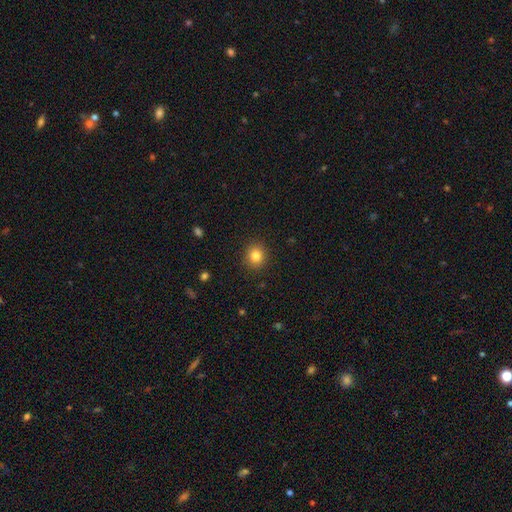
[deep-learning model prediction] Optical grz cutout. It shows a smooth galaxy with no disk features (83%) that is round (83%). Merging: none (90%).